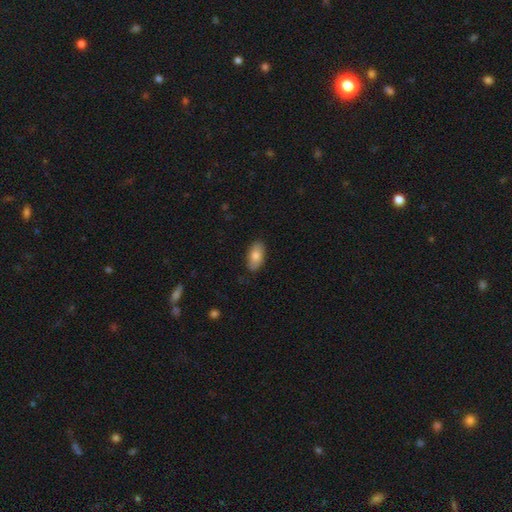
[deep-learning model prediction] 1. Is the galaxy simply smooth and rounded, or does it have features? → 80% smooth, 13% featured or disk, 7% star or artifact.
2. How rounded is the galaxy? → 93% in between, 4% cigar-shaped, 3% round.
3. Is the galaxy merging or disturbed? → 85% none, 12% minor disturbance, 2% major disturbance, 1% merger.